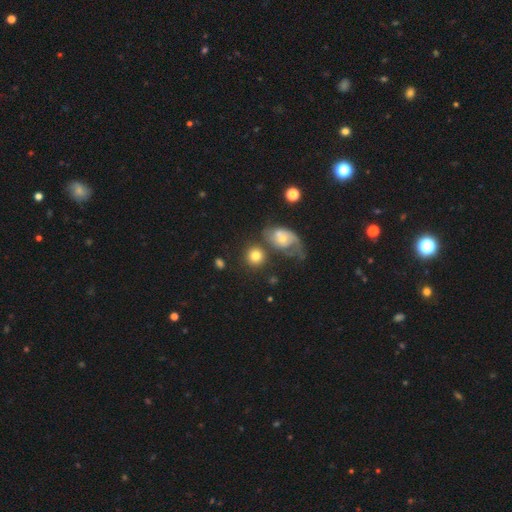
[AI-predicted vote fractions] Overall: smooth (74%). How rounded: round (86%). Merging: none (61%).